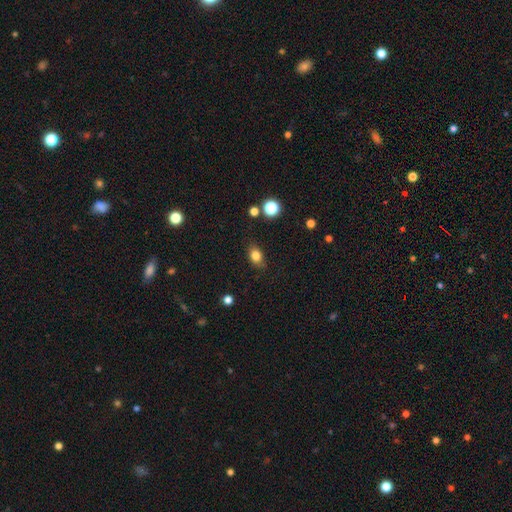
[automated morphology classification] Smooth or featured?
  - smooth: 81% *
  - star or artifact: 11%
  - featured or disk: 8%
How rounded?
  - in between: 69% *
  - round: 28%
  - cigar-shaped: 2%
Merging?
  - none: 82% *
  - minor disturbance: 13%
  - major disturbance: 3%
  - merger: 1%